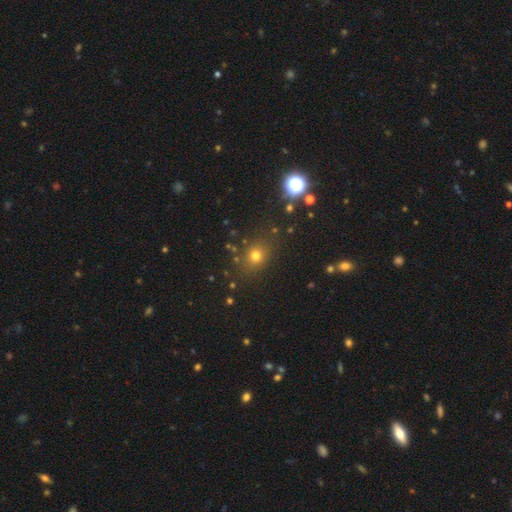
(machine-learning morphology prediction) smooth 71%, star or artifact 21%, featured or disk 8%. Down the decision tree: how rounded — round (69%); merging — none (83%).